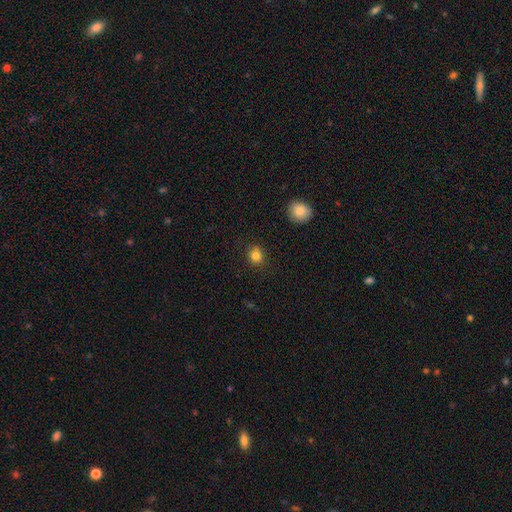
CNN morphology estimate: Smooth or featured? smooth (82%)
How rounded? round (77%)
Merging? none (86%)